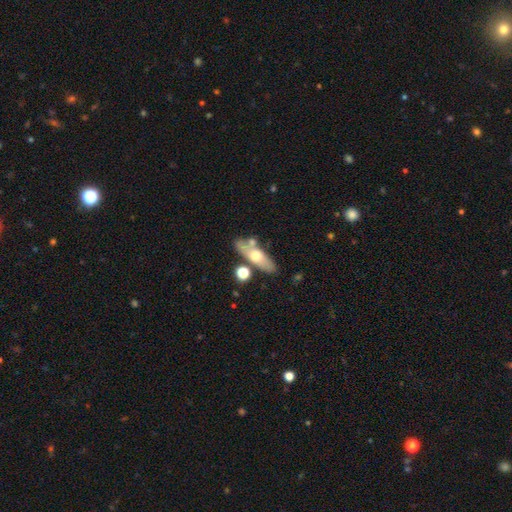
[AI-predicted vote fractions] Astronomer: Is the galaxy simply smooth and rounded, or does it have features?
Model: smooth — 51% (runner-up: featured or disk, 43%).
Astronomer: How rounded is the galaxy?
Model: in between — 48% (runner-up: cigar-shaped, 47%).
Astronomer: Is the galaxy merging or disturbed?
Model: none — 71%.